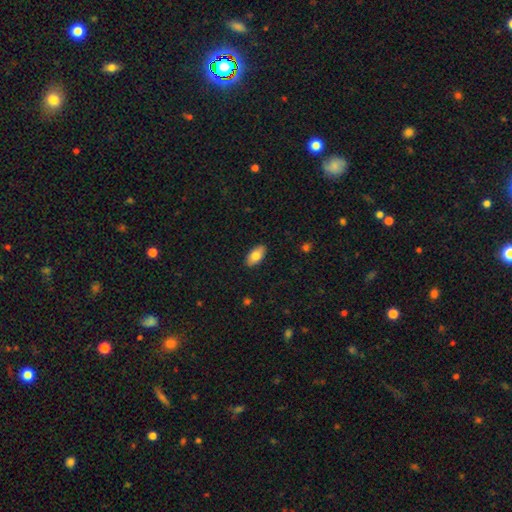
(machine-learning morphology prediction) Smooth or featured?
  - smooth: 80% *
  - featured or disk: 14%
  - star or artifact: 7%
How rounded?
  - in between: 92% *
  - cigar-shaped: 5%
  - round: 3%
Merging?
  - none: 89% *
  - minor disturbance: 8%
  - major disturbance: 2%
  - merger: 1%